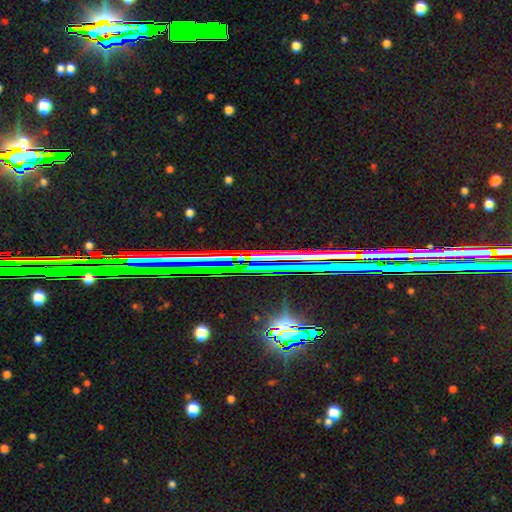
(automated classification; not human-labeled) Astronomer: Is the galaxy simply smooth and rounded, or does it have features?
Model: star or artifact — 79%.